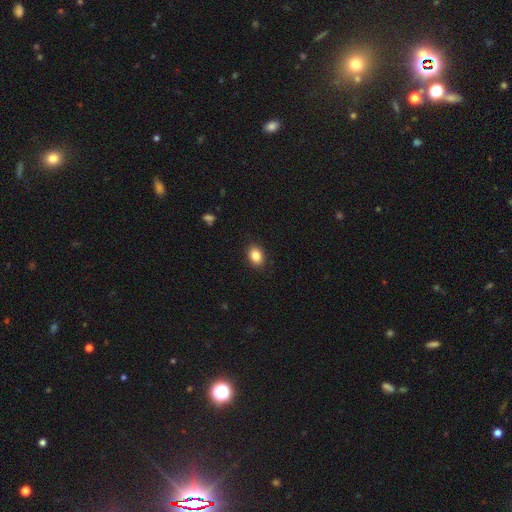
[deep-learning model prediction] The model was most divided on "how rounded": in between: 74%, round: 25%, cigar-shaped: 1%. More confident: merging — none (89%); smooth or featured — smooth (85%).